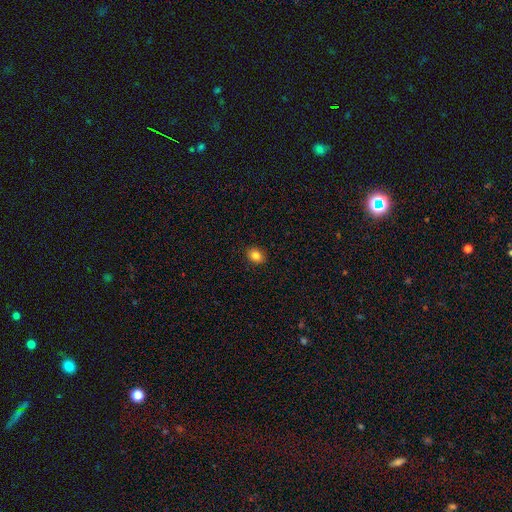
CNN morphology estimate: Q: Smooth or featured?
A: smooth (83%); runner-up: star or artifact (10%)
Q: How rounded?
A: round (51%); runner-up: in between (48%)
Q: Merging?
A: none (90%); runner-up: minor disturbance (7%)